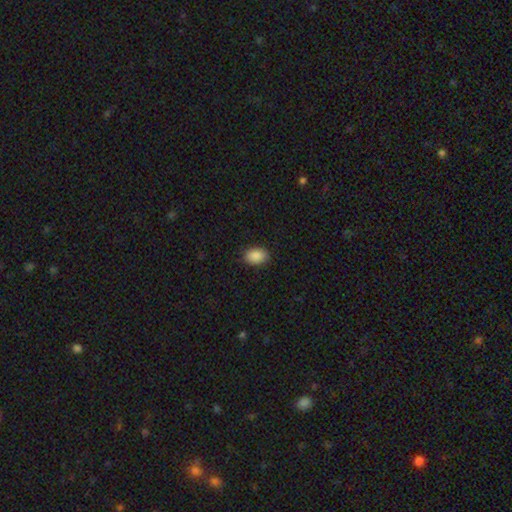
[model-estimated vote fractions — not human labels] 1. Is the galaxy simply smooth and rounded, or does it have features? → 89% smooth, 7% star or artifact, 3% featured or disk.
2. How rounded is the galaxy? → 83% in between, 16% round, 1% cigar-shaped.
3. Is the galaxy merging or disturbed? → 87% none, 10% minor disturbance, 2% major disturbance, 1% merger.